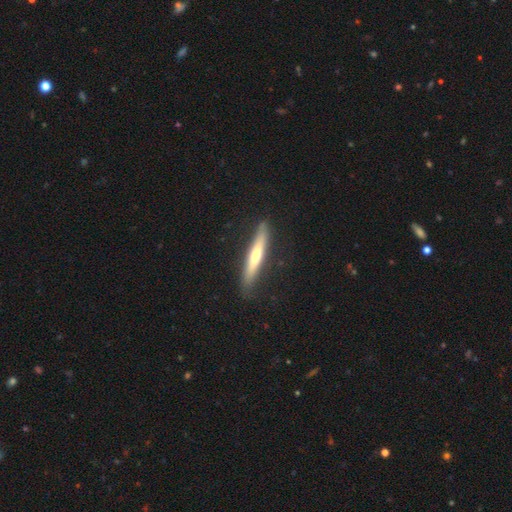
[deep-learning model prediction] A smooth galaxy with no disk features (48%).

Vote fractions:
- Smooth or featured? smooth: 48% / featured or disk: 46% / star or artifact: 5%
- Merging? none: 84% / minor disturbance: 12% / major disturbance: 3% / merger: 1%